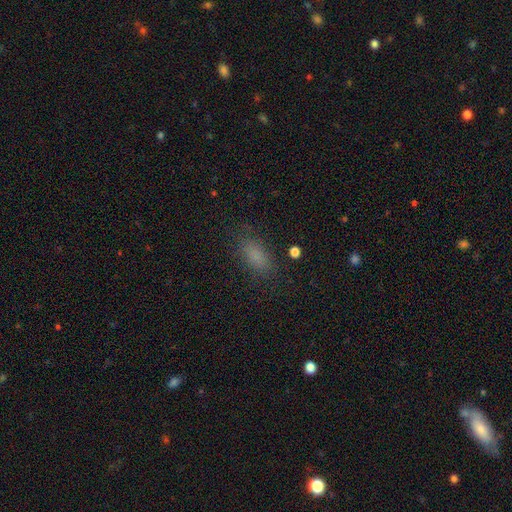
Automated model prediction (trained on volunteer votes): smooth-or-featured: smooth: 81% | star or artifact: 13% | featured or disk: 6%
  how-rounded: in between: 83% | cigar-shaped: 12% | round: 5%
  merging: none: 81% | minor disturbance: 13% | major disturbance: 5% | merger: 1%